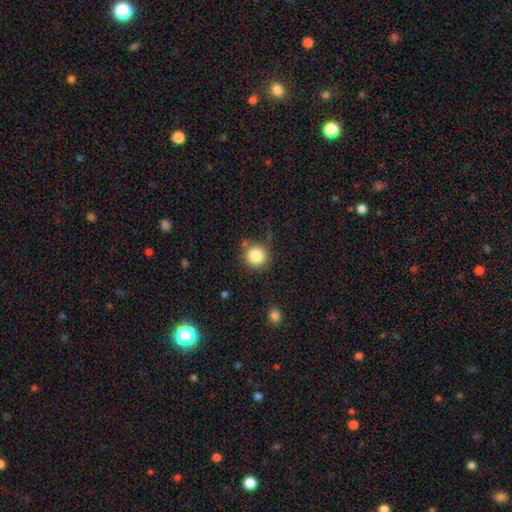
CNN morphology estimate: smooth_or_featured: smooth (p=0.84) [alt: star or artifact p=0.10]
how_rounded: round (p=0.92) [alt: in between p=0.07]
merging: none (p=0.79) [alt: minor disturbance p=0.13]